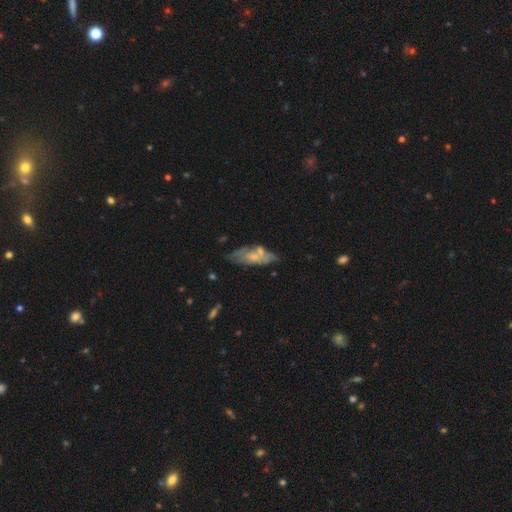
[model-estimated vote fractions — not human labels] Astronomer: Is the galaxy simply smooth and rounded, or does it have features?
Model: smooth — 47% (runner-up: featured or disk, 46%).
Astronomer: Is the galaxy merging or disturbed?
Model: none — 55%.